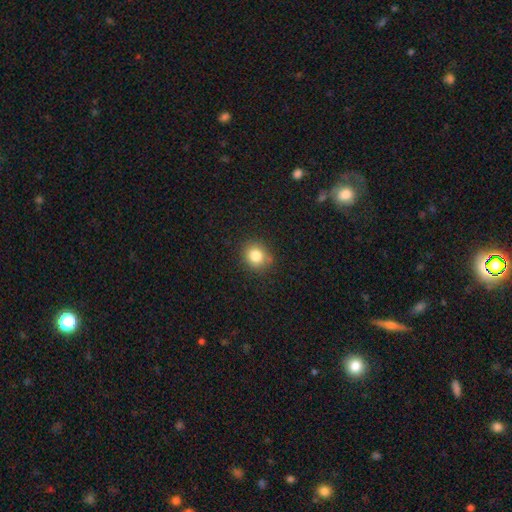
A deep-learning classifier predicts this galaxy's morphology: A smooth galaxy with no disk features (82%) that is round (81%).

Vote fractions:
- Smooth or featured? smooth: 82% / star or artifact: 12% / featured or disk: 7%
- How rounded? round: 81% / in between: 18% / cigar-shaped: 1%
- Merging? none: 83% / minor disturbance: 12% / major disturbance: 3% / merger: 2%